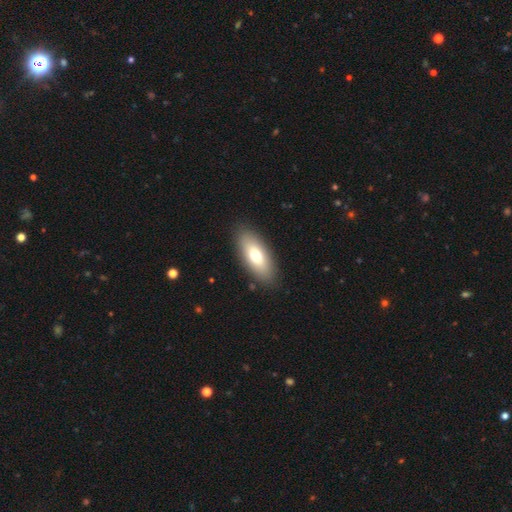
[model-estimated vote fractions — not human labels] smooth-or-featured: smooth: 72% | featured or disk: 22% | star or artifact: 7%
  how-rounded: in between: 84% | cigar-shaped: 14% | round: 2%
  merging: none: 87% | minor disturbance: 9% | major disturbance: 3% | merger: 1%